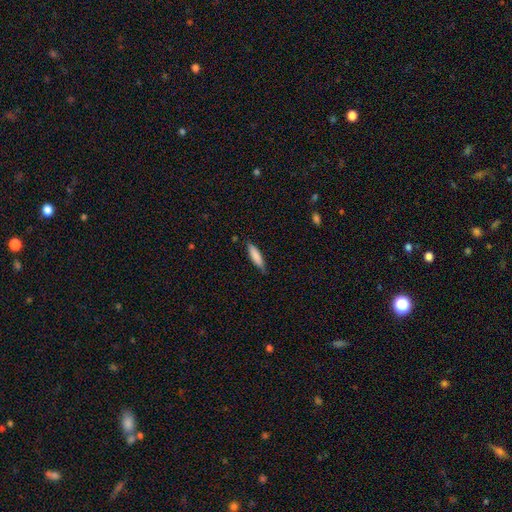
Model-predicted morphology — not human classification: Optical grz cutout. It shows a smooth galaxy with no disk features (82%) that is cigar-shaped (69%). Merging: none (78%).